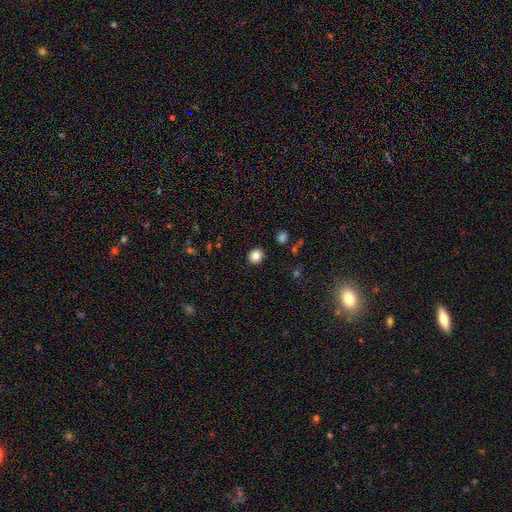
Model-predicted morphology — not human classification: smooth 85%, star or artifact 10%, featured or disk 5%. Down the decision tree: how rounded — round (74%); merging — none (91%).